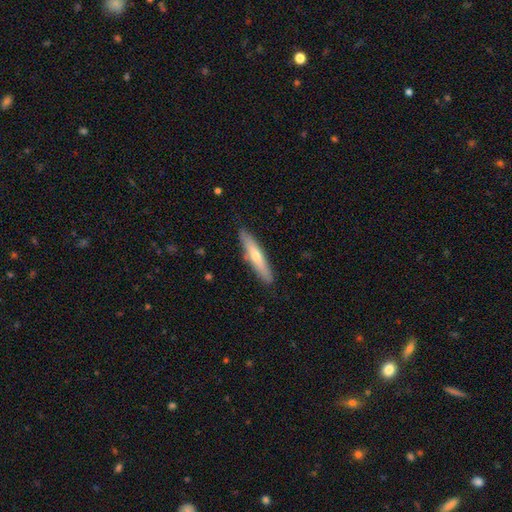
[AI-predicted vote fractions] smooth-or-featured: smooth: 54% | featured or disk: 40% | star or artifact: 6%
  how-rounded: cigar-shaped: 88% | in between: 11% | round: 1%
  merging: none: 88% | minor disturbance: 9% | major disturbance: 2% | merger: 1%